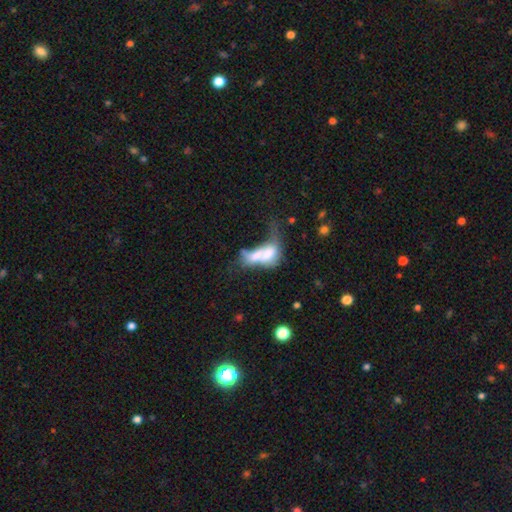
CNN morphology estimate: This appears to be a smooth galaxy with no disk features (50%). Merging: merger (63%).